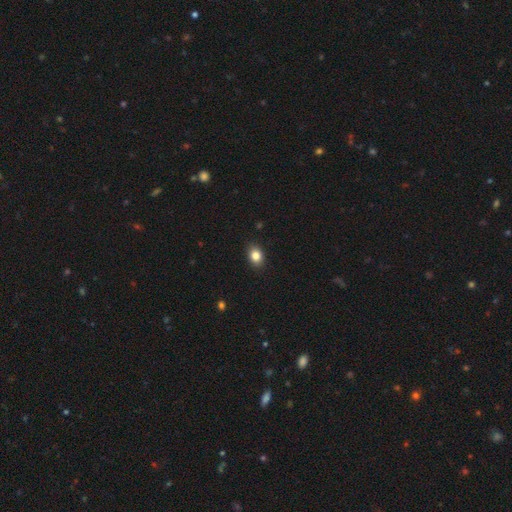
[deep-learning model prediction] Smooth or featured? Predicted: smooth (p=0.84). How rounded? Predicted: in between (p=0.66). Merging? Predicted: none (p=0.88).